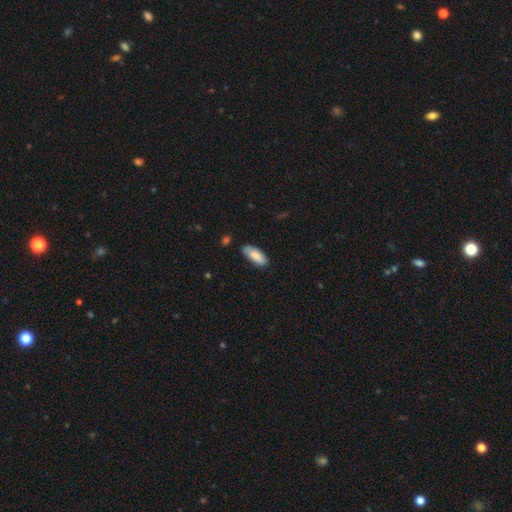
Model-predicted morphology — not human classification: This appears to be a smooth galaxy with no disk features (83%) that is in between round and cigar-shaped (82%). Merging: none (74%).